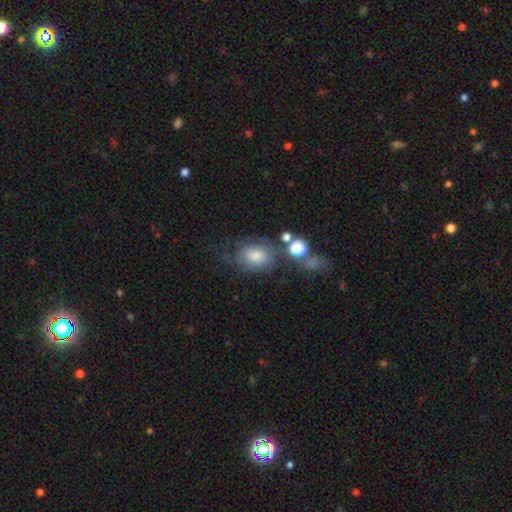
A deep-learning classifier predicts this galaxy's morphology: Overall: smooth (57%; featured or disk 29%). How rounded: in between (68%; round 30%). Merging: none (44%; minor disturbance 22%).